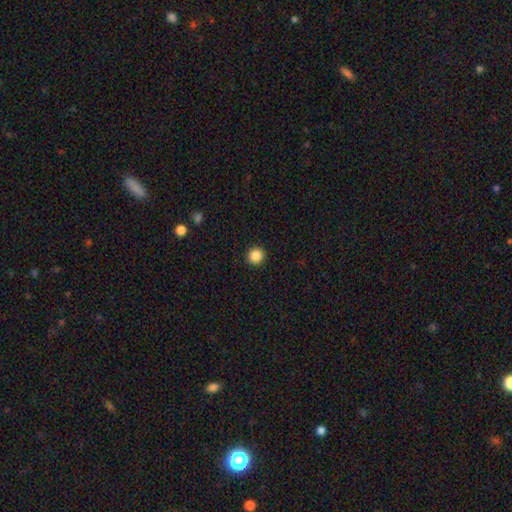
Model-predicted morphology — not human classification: A smooth galaxy with no disk features (87%) that is round (93%).

Vote fractions:
- Smooth or featured? smooth: 87% / star or artifact: 10% / featured or disk: 3%
- How rounded? round: 93% / in between: 6% / cigar-shaped: 1%
- Merging? none: 93% / minor disturbance: 4% / major disturbance: 2% / merger: 1%